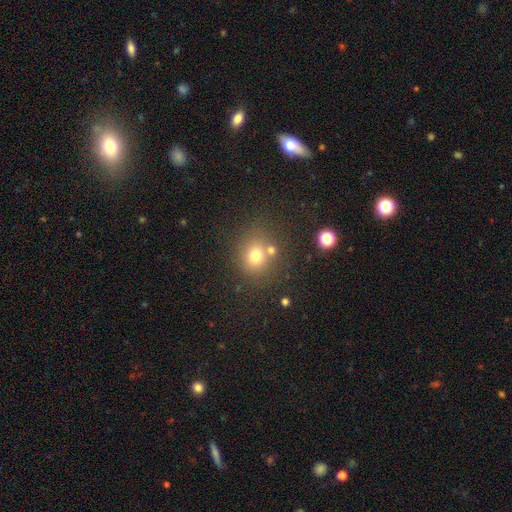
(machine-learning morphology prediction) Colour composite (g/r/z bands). It shows a smooth galaxy with no disk features (71%) that is round (83%). Merging: none (68%).